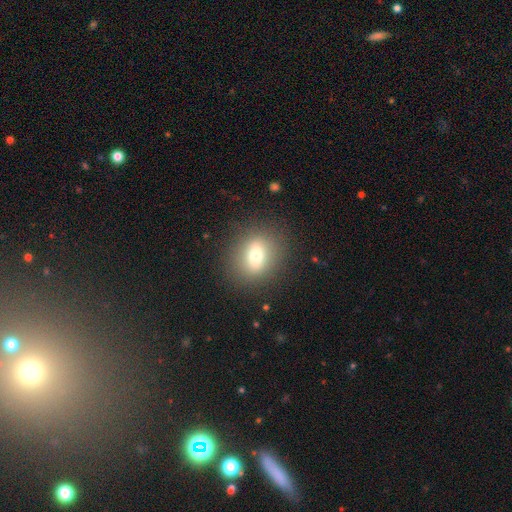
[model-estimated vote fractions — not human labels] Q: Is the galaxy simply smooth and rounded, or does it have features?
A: smooth — 72%.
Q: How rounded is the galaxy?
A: round — 58%.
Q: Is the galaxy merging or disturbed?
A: none — 86%.